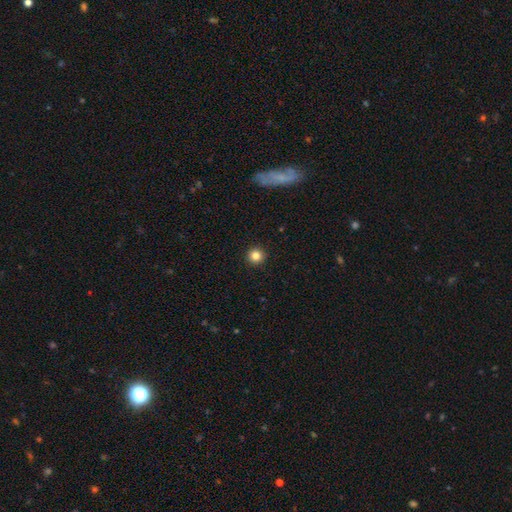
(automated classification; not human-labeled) Smooth or featured: smooth — 83% (star or artifact — 12%)
How rounded: round — 95% (in between — 4%)
Merging: none — 93% (minor disturbance — 4%)